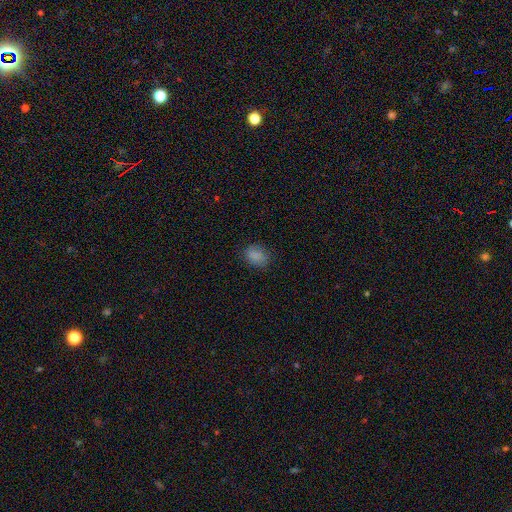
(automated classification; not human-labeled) The model was most divided on "how rounded": in between: 67%, round: 31%, cigar-shaped: 1%. More confident: smooth or featured — smooth (84%); merging — none (79%).